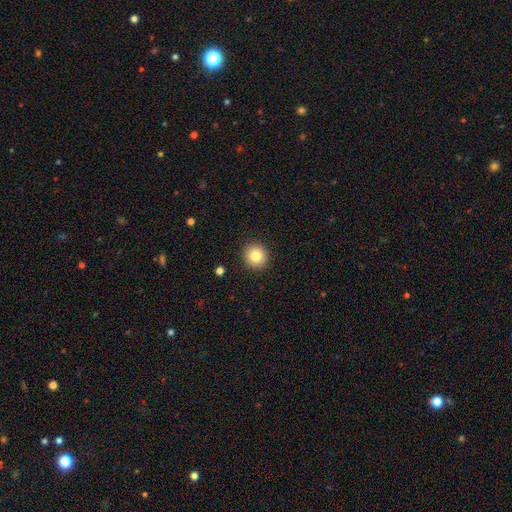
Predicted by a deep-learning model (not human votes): The model was most divided on "smooth or featured": smooth: 84%, star or artifact: 10%, featured or disk: 6%. More confident: how rounded — round (92%); merging — none (92%).